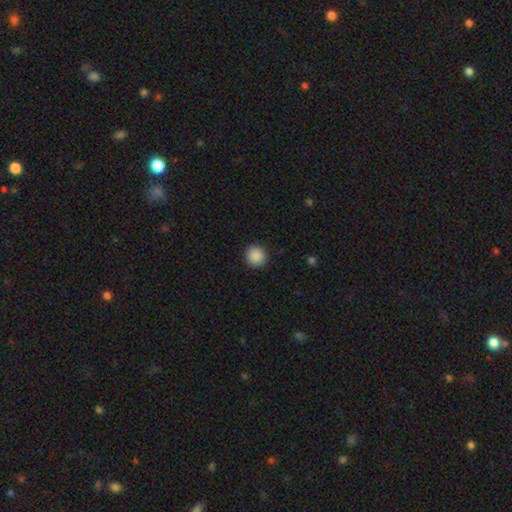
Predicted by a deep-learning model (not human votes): Overall: smooth (89%). How rounded: round (93%). Merging: none (92%).